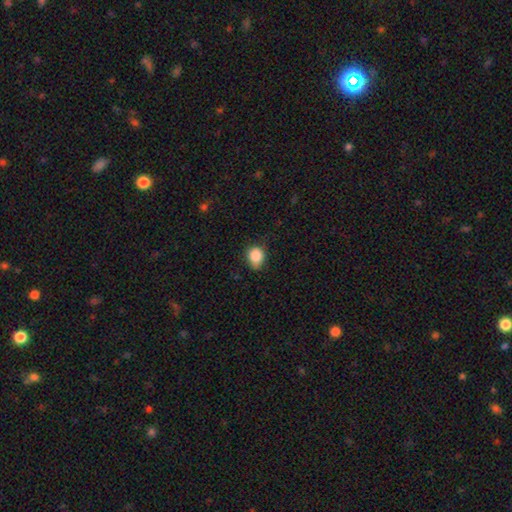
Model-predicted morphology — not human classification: smooth-or-featured: smooth: 86% | star or artifact: 9% | featured or disk: 4%
  how-rounded: round: 67% | in between: 32% | cigar-shaped: 1%
  merging: none: 66% | minor disturbance: 28% | major disturbance: 5% | merger: 1%